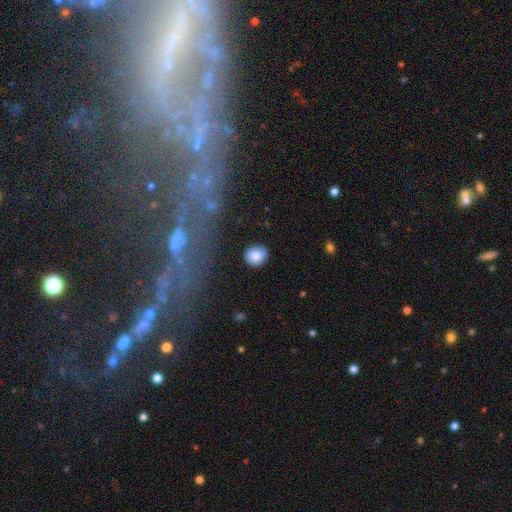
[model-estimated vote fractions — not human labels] Q: Smooth or featured?
A: smooth (84%); runner-up: star or artifact (8%)
Q: How rounded?
A: round (65%); runner-up: in between (33%)
Q: Merging?
A: none (82%); runner-up: minor disturbance (13%)